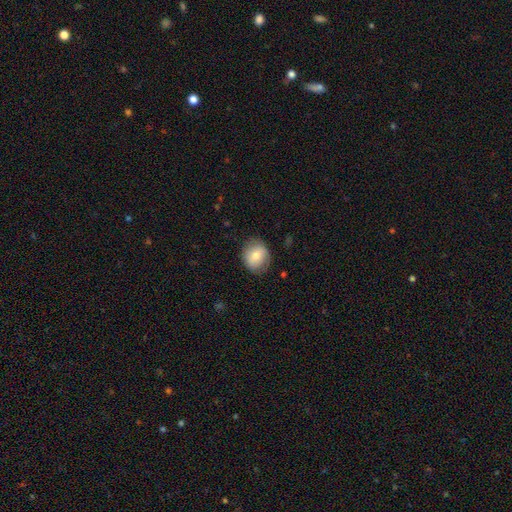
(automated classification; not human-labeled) Morphology: type=smooth (73%); roundness=round (64%); merging=none (78%).